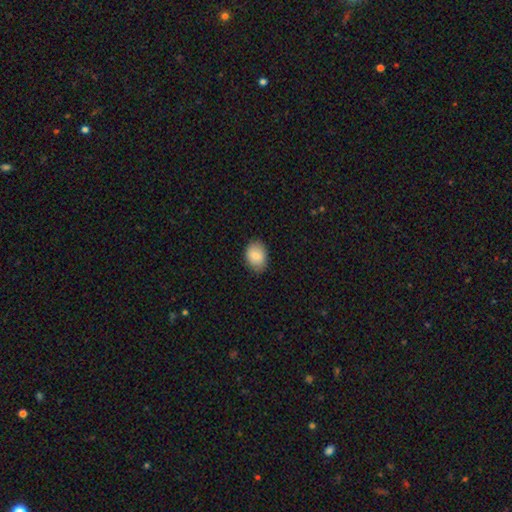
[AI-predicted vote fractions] smooth_or_featured: smooth (p=0.86) [alt: featured or disk p=0.08]
how_rounded: in between (p=0.70) [alt: round p=0.29]
merging: none (p=0.82) [alt: minor disturbance p=0.14]